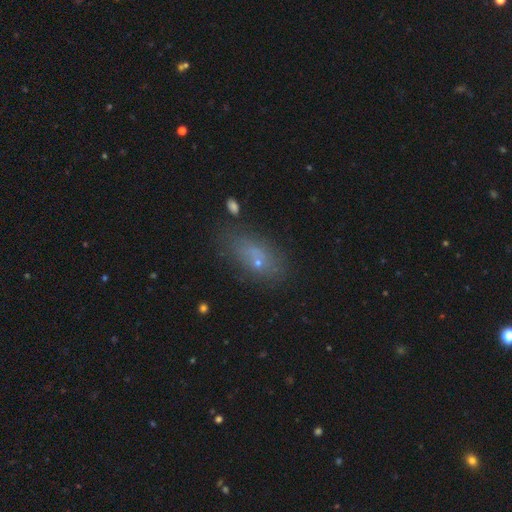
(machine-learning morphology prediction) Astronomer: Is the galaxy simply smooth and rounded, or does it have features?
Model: smooth — 57%.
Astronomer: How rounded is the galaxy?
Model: in between — 79%.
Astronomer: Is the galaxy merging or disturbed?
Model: none — 60%.